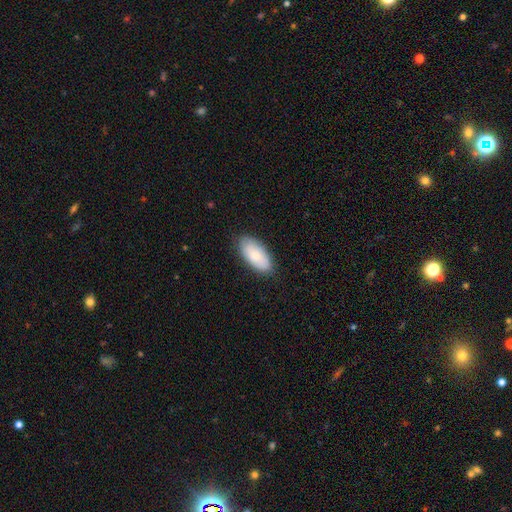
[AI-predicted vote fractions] Q: Smooth or featured?
A: smooth (79%); runner-up: featured or disk (15%)
Q: How rounded?
A: in between (93%); runner-up: cigar-shaped (5%)
Q: Merging?
A: none (83%); runner-up: minor disturbance (14%)